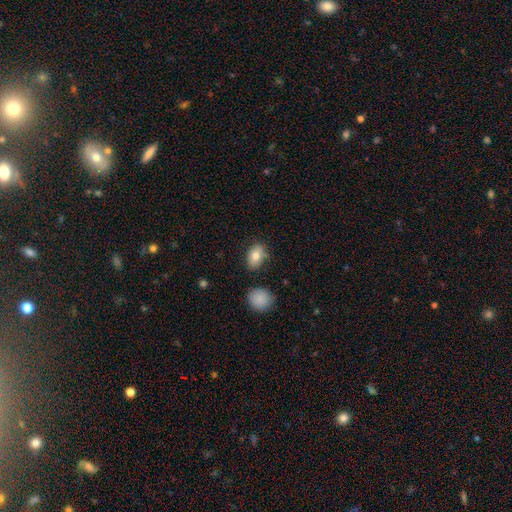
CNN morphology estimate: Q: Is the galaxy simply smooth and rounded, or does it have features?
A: smooth — 81%.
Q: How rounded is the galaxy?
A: in between — 80%.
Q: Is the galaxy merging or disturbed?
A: none — 78%.